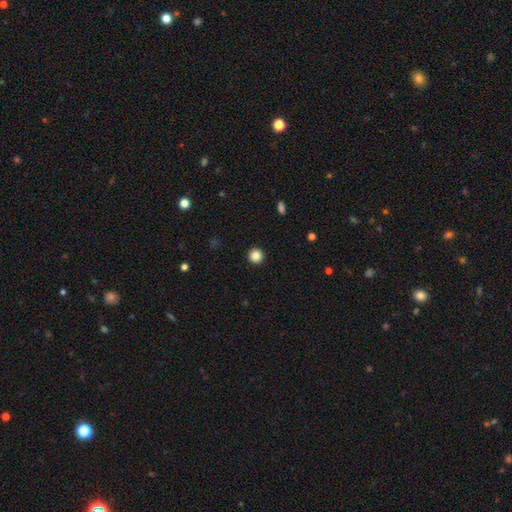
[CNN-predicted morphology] This is clearly a smooth galaxy (86%). How rounded: clearly round (96%). Merging: clearly none (94%).